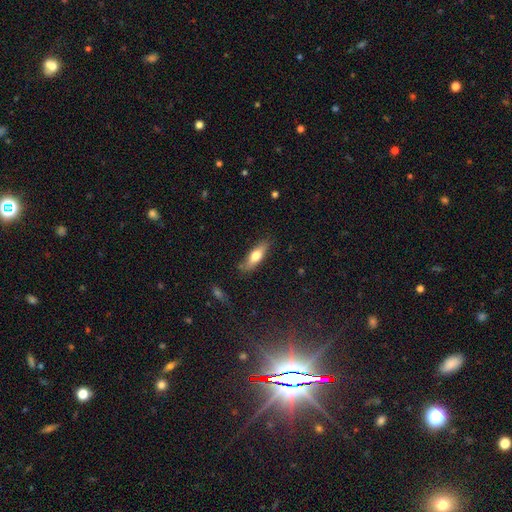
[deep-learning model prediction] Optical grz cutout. It shows a smooth galaxy with no disk features (65%) that is in between round and cigar-shaped (49%, tied with cigar-shaped). Merging: none (80%).